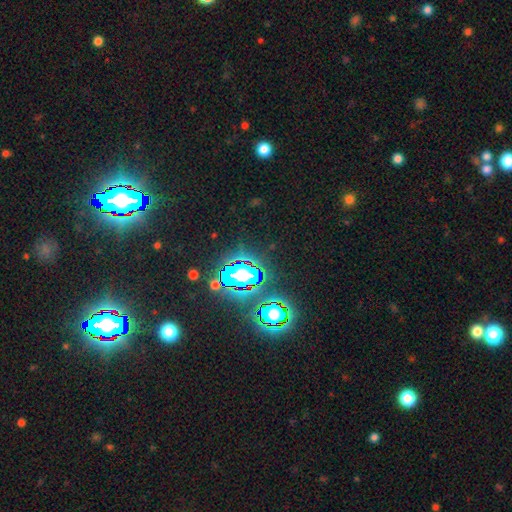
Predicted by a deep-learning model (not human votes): Smooth or featured? star or artifact (83%)